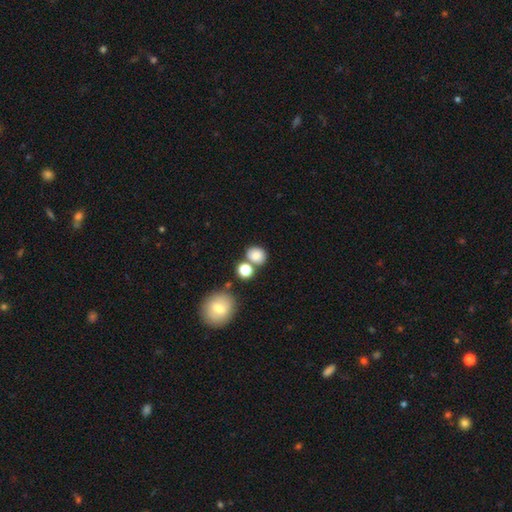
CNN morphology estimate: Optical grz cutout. It shows a smooth galaxy with no disk features (82%) that is round (70%). Merging: none (65%).